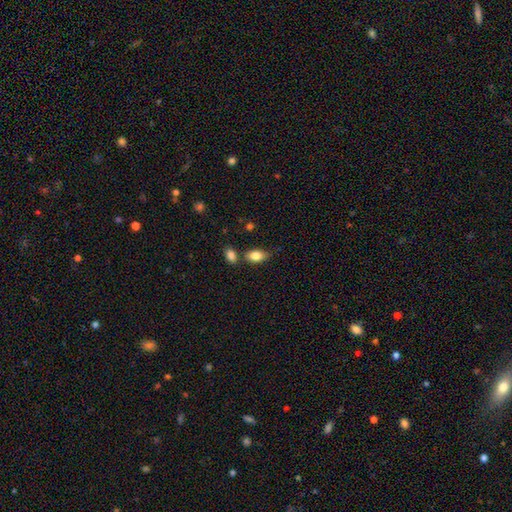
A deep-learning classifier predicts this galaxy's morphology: Smooth or featured?
  - smooth: 84% *
  - featured or disk: 9%
  - star or artifact: 8%
How rounded?
  - in between: 89% *
  - round: 8%
  - cigar-shaped: 3%
Merging?
  - none: 63% *
  - minor disturbance: 18%
  - merger: 15%
  - major disturbance: 4%